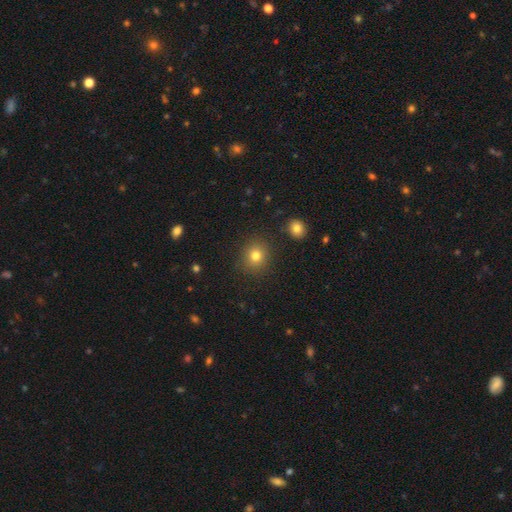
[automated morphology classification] Overall: smooth (79%). How rounded: round (83%). Merging: none (88%).